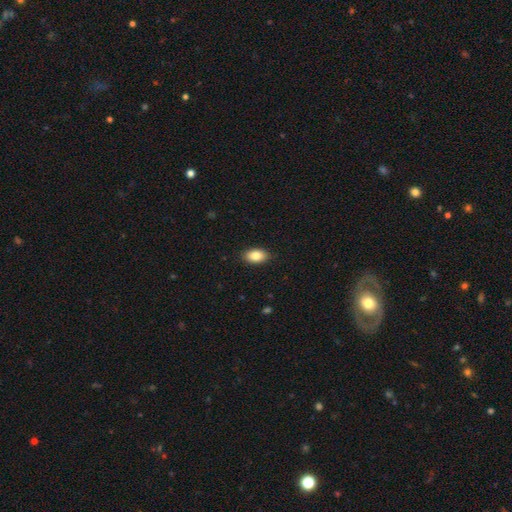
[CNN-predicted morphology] A smooth galaxy with no disk features (85%) that is in between round and cigar-shaped (91%).

Vote fractions:
- Smooth or featured? smooth: 85% / star or artifact: 7% / featured or disk: 7%
- How rounded? in between: 91% / round: 7% / cigar-shaped: 2%
- Merging? none: 88% / minor disturbance: 9% / major disturbance: 2% / merger: 1%